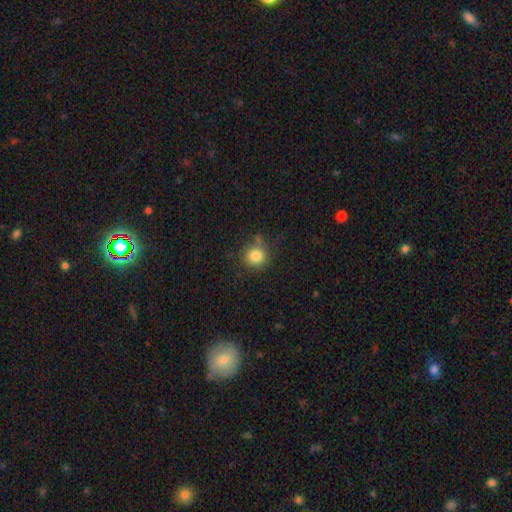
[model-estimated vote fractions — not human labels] smooth 83%, star or artifact 11%, featured or disk 6%. Down the decision tree: how rounded — round (89%); merging — none (76%).